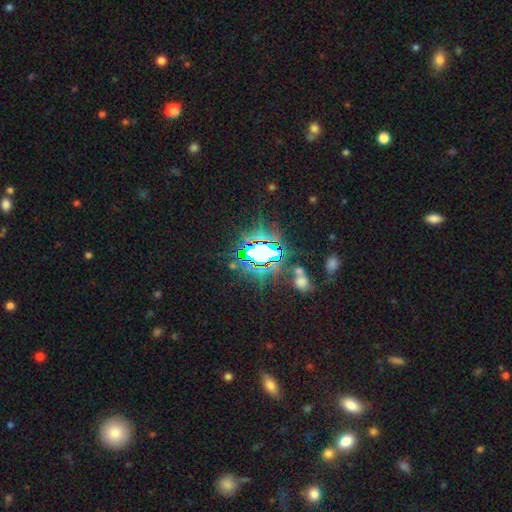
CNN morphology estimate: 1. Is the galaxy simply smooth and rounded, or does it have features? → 74% star or artifact, 15% smooth, 10% featured or disk.